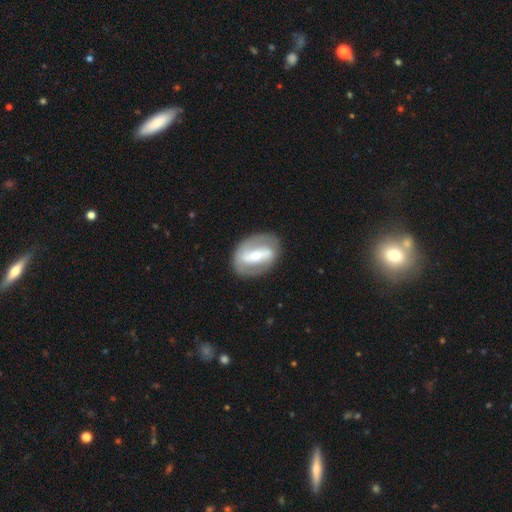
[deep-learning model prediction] smooth-or-featured: featured or disk: 74% | smooth: 21% | star or artifact: 5%
  disk-edge-on: no: 92% | yes: 8%
    bar: strong: 60% | weak: 24% | no: 16%
    has-spiral-arms: yes: 57% | no: 43%
    bulge-size: moderate: 57% | small: 37% | large: 4% | dominant: 1% | none: 1%
  merging: none: 81% | minor disturbance: 12% | major disturbance: 5% | merger: 2%